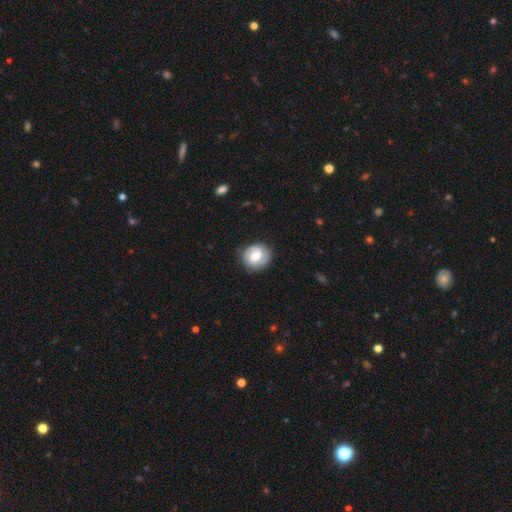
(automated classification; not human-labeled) A featured or disk galaxy (67%) with a weak bar (50%), 2 (77%) tight (57%) spiral arms (88%) and a moderate central bulge (52%).

Vote fractions:
- Smooth or featured? featured or disk: 67% / smooth: 27% / star or artifact: 6%
- Edge-on disk? no: 98% / yes: 2%
- Bar? weak: 50% / no: 31% / strong: 19%
- Spiral arms? yes: 88% / no: 12%
- Spiral winding? tight: 57% / medium: 32% / loose: 11%
- Spiral arm count? 2: 77% / can't tell: 10% / 1: 8% / 3: 2% / 4: 1% / more than 4: 1%
- Bulge size? moderate: 52% / large: 26% / small: 15% / none: 4% / dominant: 2%
- Merging? none: 81% / minor disturbance: 13% / major disturbance: 5% / merger: 1%